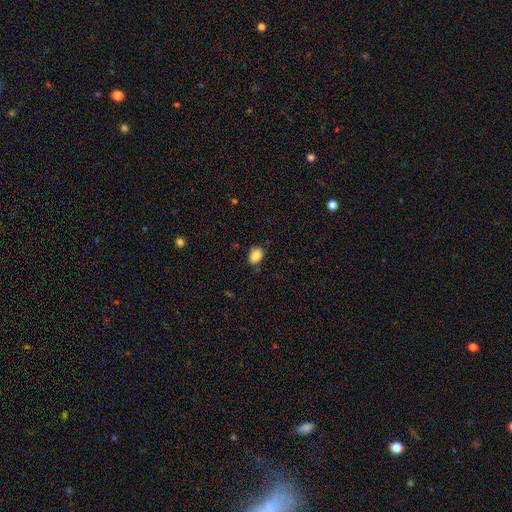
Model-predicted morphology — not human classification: Smooth or featured? Predicted: smooth (p=0.86). How rounded? Predicted: in between (p=0.78). Merging? Predicted: none (p=0.80).